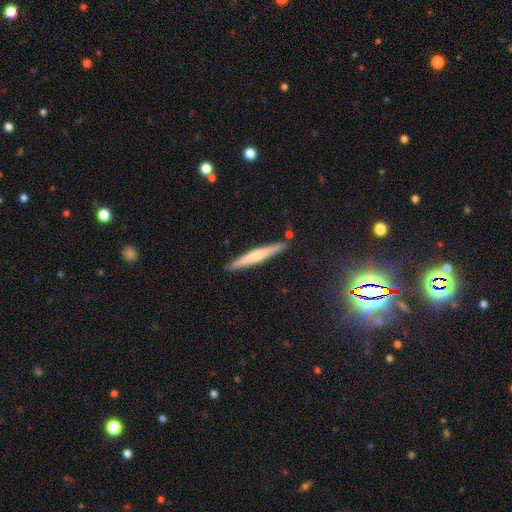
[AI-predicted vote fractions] A smooth galaxy with no disk features (52%) that is cigar-shaped (95%). Merging: none (89%).